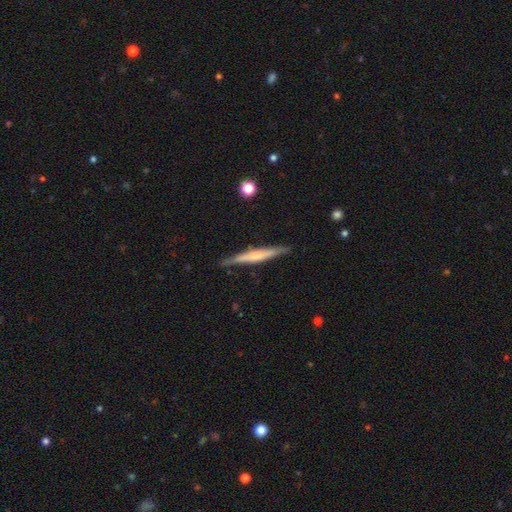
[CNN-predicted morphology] smooth-or-featured: featured or disk: 57% | smooth: 37% | star or artifact: 6%
  disk-edge-on: yes: 96% | no: 4%
    edge-on-bulge: none: 42% | rounded: 40% | boxy: 17%
  merging: none: 87% | minor disturbance: 10% | major disturbance: 2% | merger: 1%